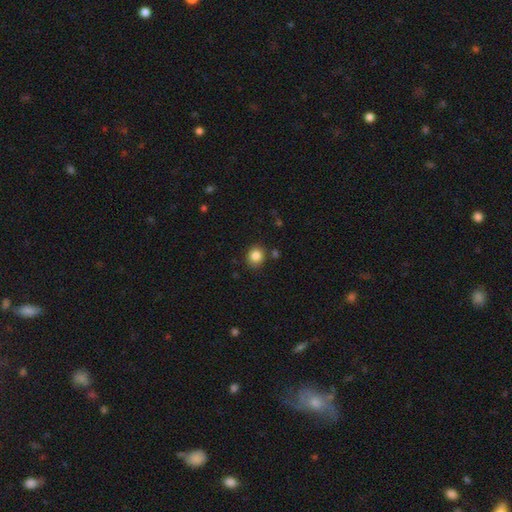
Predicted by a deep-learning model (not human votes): smooth 85%, star or artifact 11%, featured or disk 5%. Down the decision tree: how rounded — round (81%); merging — none (85%).